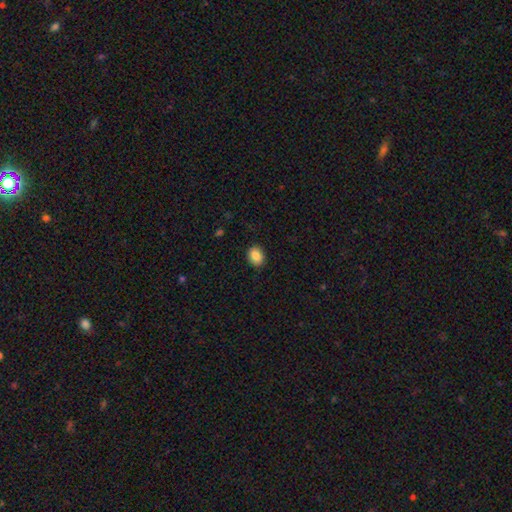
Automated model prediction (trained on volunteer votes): smooth_or_featured: smooth (p=0.87) [alt: star or artifact p=0.08]
how_rounded: in between (p=0.56) [alt: round p=0.43]
merging: none (p=0.89) [alt: minor disturbance p=0.08]